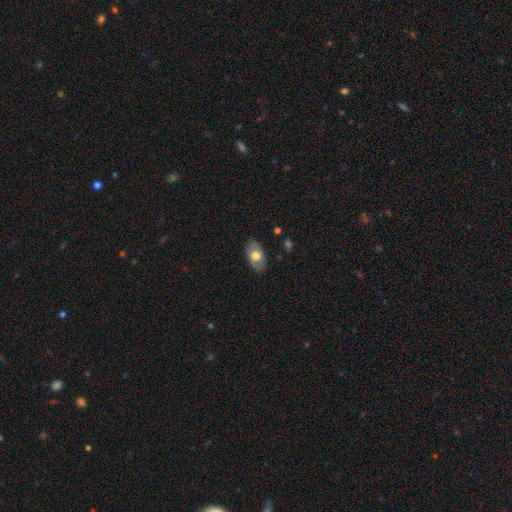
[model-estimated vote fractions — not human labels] Overall: smooth (60%; featured or disk 34%). How rounded: in between (91%). Merging: none (84%).